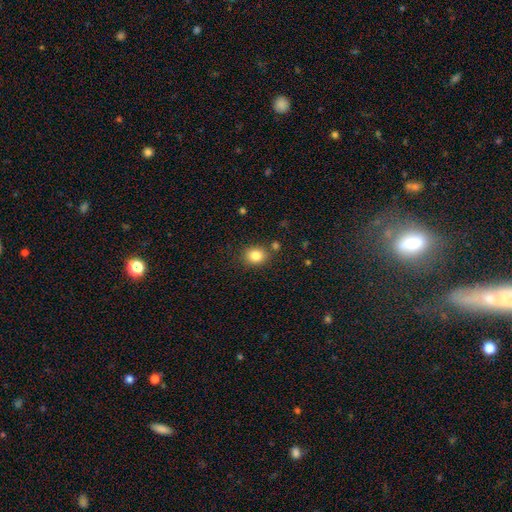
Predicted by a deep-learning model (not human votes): Morphology: type=smooth (83%); roundness=round (64%); merging=none (81%).